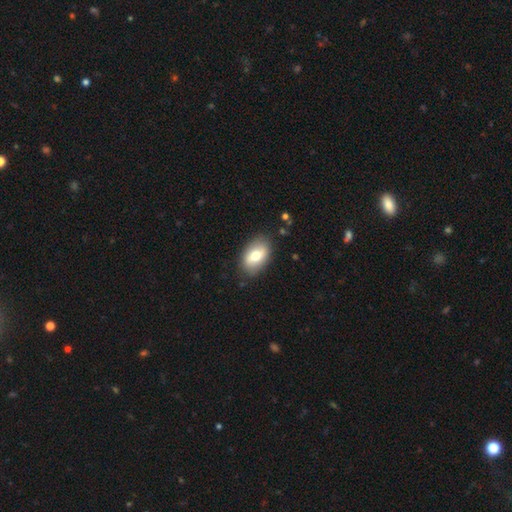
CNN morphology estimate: Smooth or featured?
  - smooth: 66% *
  - featured or disk: 27%
  - star or artifact: 7%
How rounded?
  - in between: 88% *
  - round: 10%
  - cigar-shaped: 2%
Merging?
  - none: 84% *
  - minor disturbance: 11%
  - major disturbance: 3%
  - merger: 1%